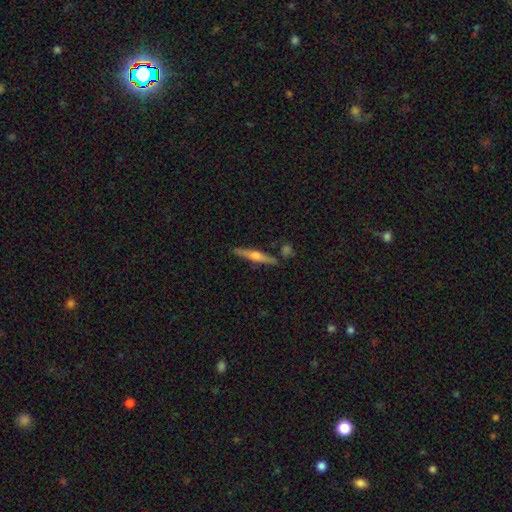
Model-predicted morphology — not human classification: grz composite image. It shows a featured or disk galaxy (65%) viewed edge-on (97%) with a rounded central bulge (87%). Merging: none (86%).